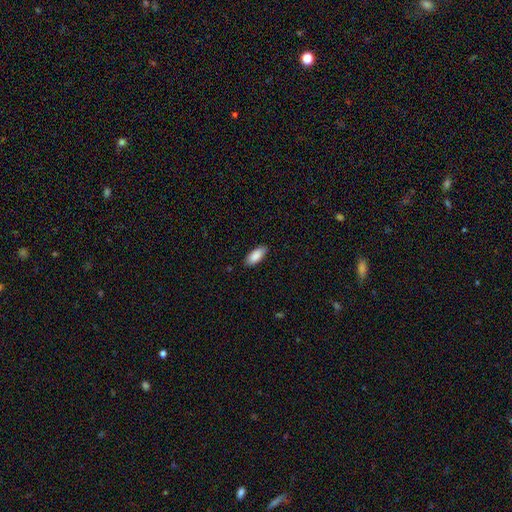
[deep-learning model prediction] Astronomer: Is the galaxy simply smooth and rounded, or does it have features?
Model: smooth — 89%.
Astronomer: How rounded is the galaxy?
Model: in between — 87%.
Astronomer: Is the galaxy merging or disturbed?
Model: none — 87%.